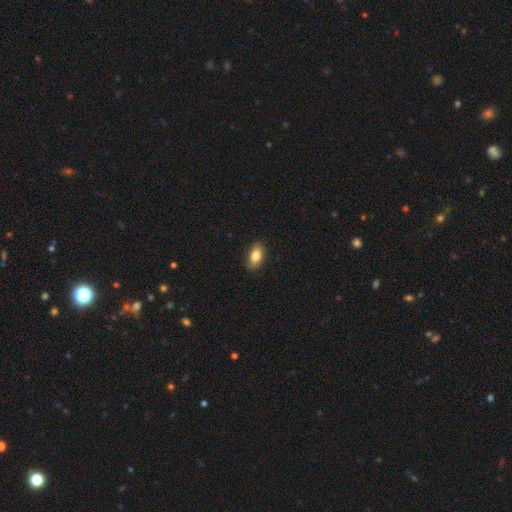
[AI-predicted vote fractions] This appears to be a smooth galaxy with no disk features (83%) that is in between round and cigar-shaped (90%). Merging: none (87%).